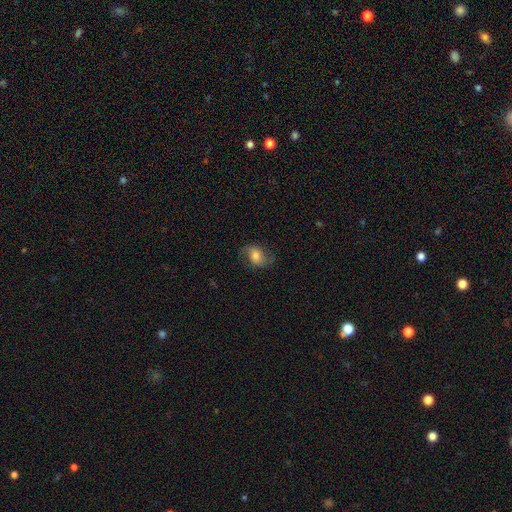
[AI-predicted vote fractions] This is possibly a smooth galaxy (56%). How rounded: likely in between (71%). Merging: likely none (72%).